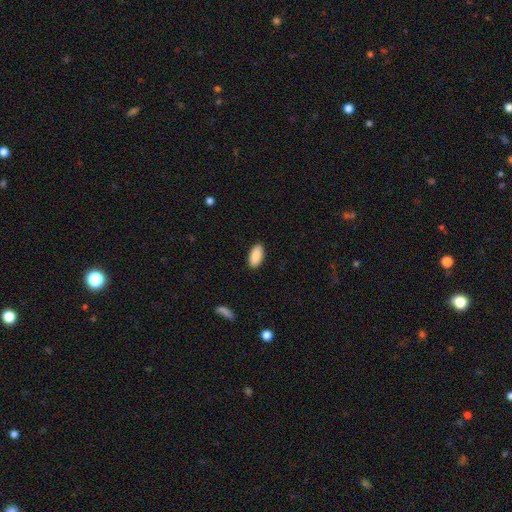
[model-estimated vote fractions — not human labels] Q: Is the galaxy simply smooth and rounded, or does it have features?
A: smooth — 90%.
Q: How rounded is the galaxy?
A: in between — 91%.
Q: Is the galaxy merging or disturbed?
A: none — 89%.